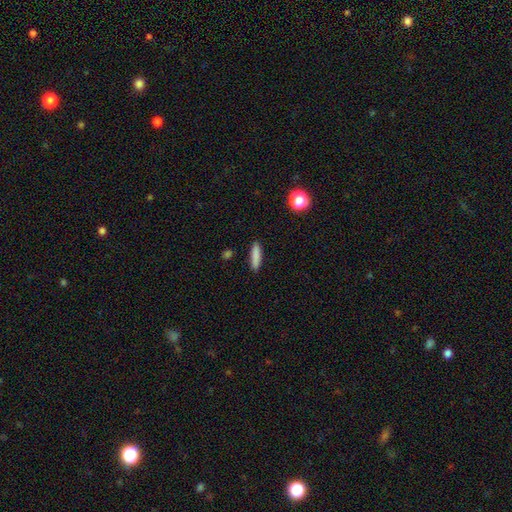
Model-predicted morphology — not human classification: Smooth or featured?
  - smooth: 85% *
  - featured or disk: 8%
  - star or artifact: 7%
How rounded?
  - cigar-shaped: 78% *
  - in between: 20%
  - round: 2%
Merging?
  - none: 89% *
  - minor disturbance: 7%
  - major disturbance: 2%
  - merger: 2%